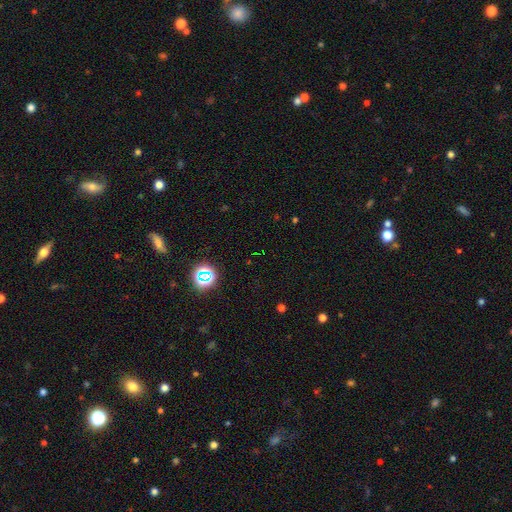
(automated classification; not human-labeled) Smooth or featured? Predicted: star or artifact (p=0.70).